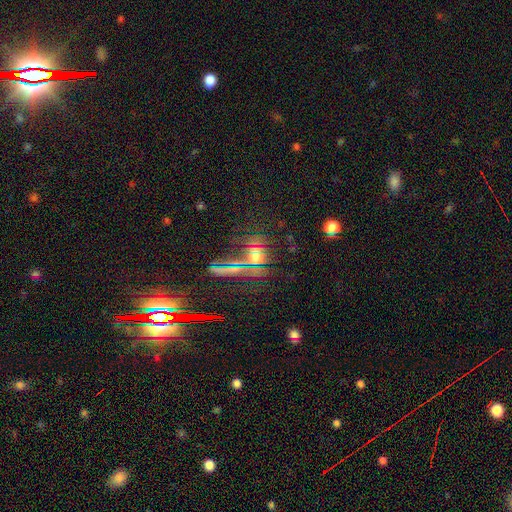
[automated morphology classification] The model was most divided on "smooth or featured": star or artifact: 46%, smooth: 38%, featured or disk: 16%.